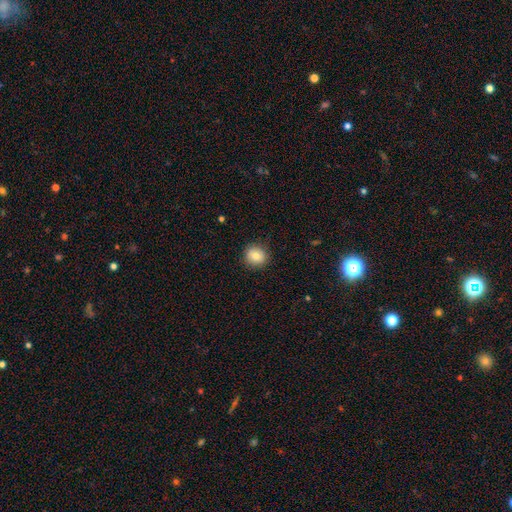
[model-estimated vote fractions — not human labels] Smooth or featured: smooth — 81% (star or artifact — 10%)
How rounded: round — 88% (in between — 11%)
Merging: none — 88% (minor disturbance — 8%)